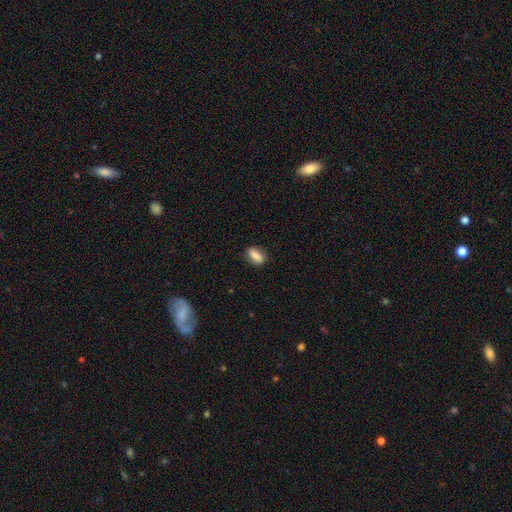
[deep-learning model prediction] Smooth or featured: smooth — 83% (featured or disk — 9%)
How rounded: in between — 75% (cigar-shaped — 17%)
Merging: none — 84% (minor disturbance — 12%)